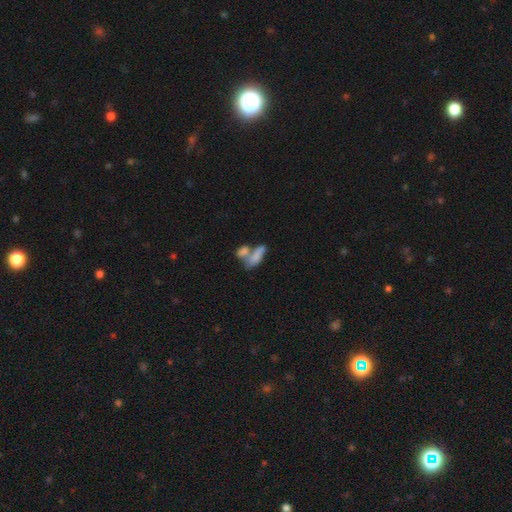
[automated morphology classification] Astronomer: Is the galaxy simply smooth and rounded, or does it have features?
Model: smooth — 72%.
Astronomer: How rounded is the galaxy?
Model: in between — 75%.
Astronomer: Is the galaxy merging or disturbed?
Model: merger — 63%.